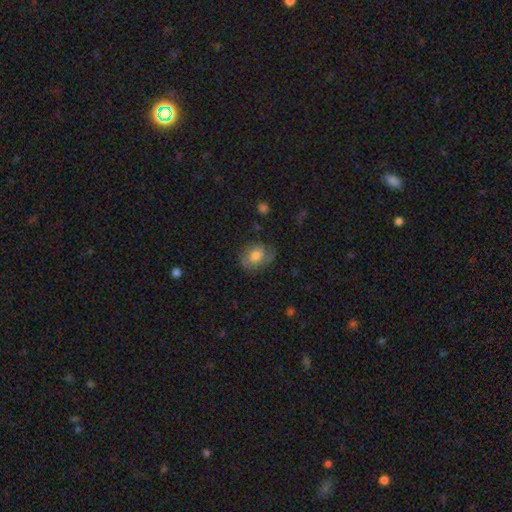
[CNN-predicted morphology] A smooth galaxy with no disk features (54%) that is in between round and cigar-shaped (57%). Merging: none (62%).